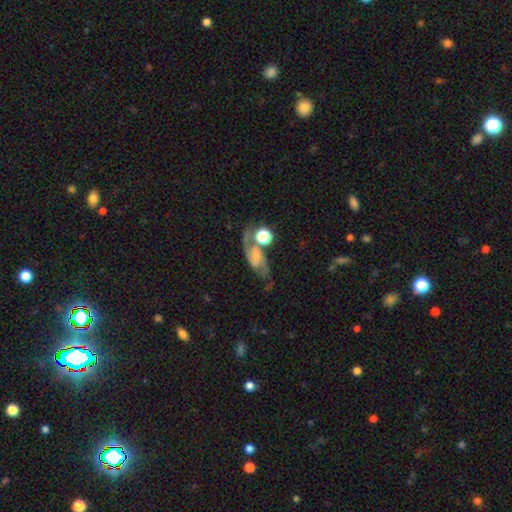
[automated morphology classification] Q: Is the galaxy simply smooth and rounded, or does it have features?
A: featured or disk — 75%.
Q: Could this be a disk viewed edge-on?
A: no — 95%.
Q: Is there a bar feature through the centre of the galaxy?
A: no — 50%.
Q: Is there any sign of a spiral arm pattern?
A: yes — 94%.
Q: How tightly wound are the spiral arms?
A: loose — 46%.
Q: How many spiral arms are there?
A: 2 — 91%.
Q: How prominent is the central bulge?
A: small — 42%.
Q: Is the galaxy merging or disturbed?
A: none — 50%.